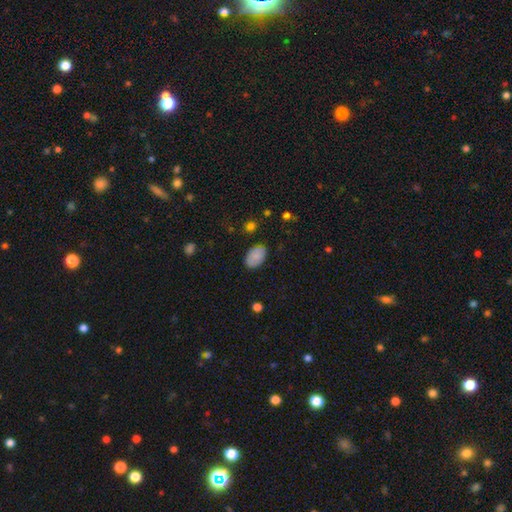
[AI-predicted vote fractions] This appears to be a smooth galaxy with no disk features (86%) that is in between round and cigar-shaped (91%). Merging: none (82%).